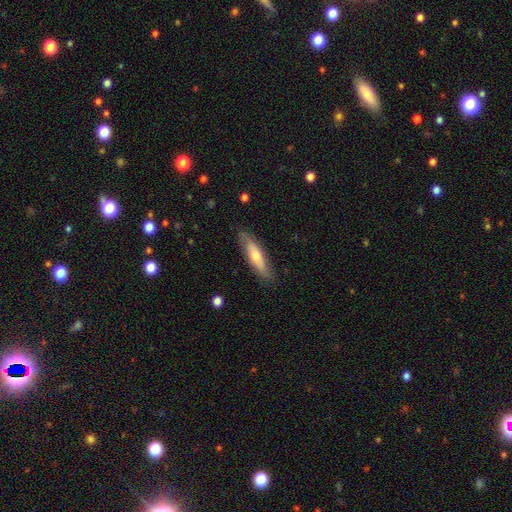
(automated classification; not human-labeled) This is possibly a smooth galaxy (54%). How rounded: likely cigar-shaped (66%). Merging: clearly none (84%).